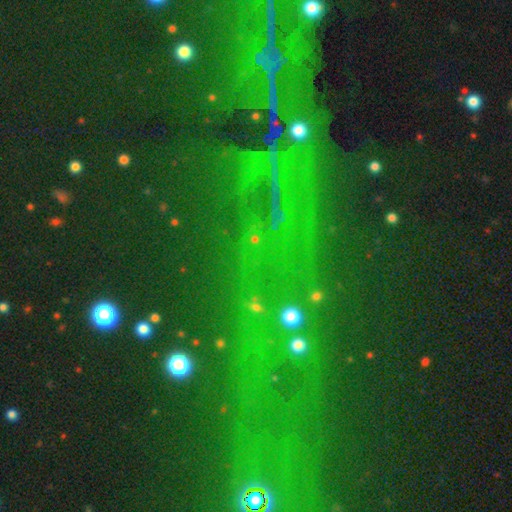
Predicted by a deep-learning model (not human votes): Overall: star or artifact (78%).